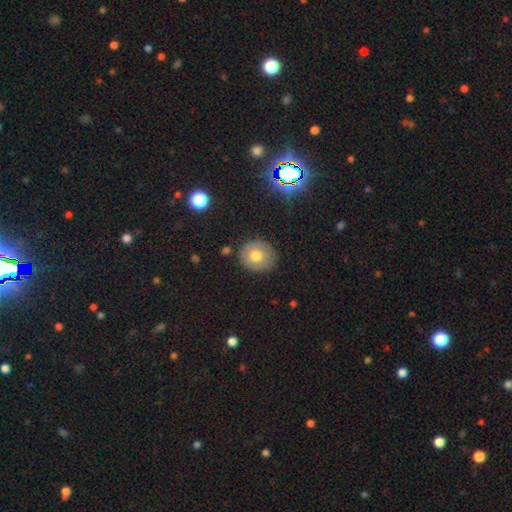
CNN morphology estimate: This is likely a smooth galaxy (70%). How rounded: clearly round (86%). Merging: clearly none (83%).